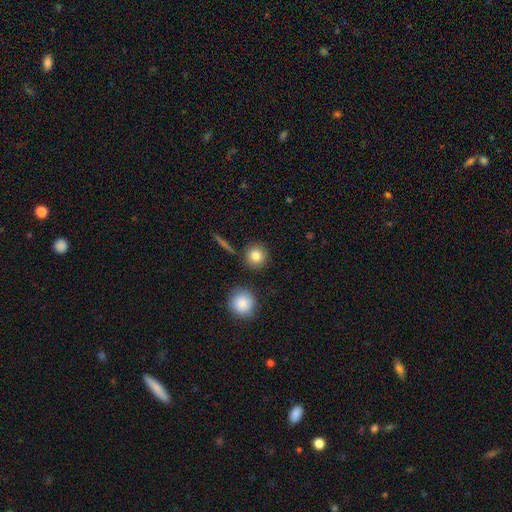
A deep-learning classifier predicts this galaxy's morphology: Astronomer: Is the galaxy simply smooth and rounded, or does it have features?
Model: smooth — 83%.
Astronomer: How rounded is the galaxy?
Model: round — 93%.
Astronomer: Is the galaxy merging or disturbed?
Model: none — 86%.